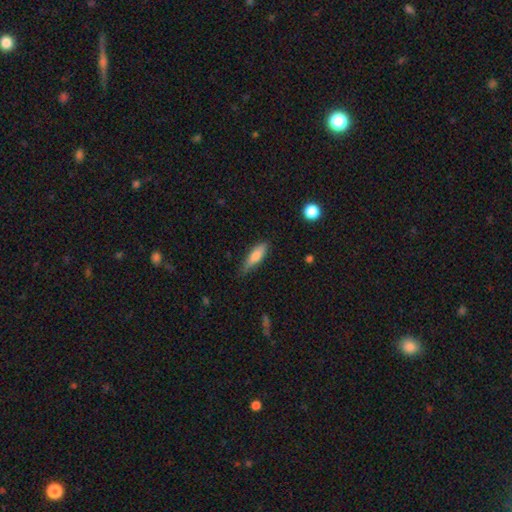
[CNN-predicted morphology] Smooth or featured? smooth (75%)
How rounded? cigar-shaped (53%)
Merging? none (68%)